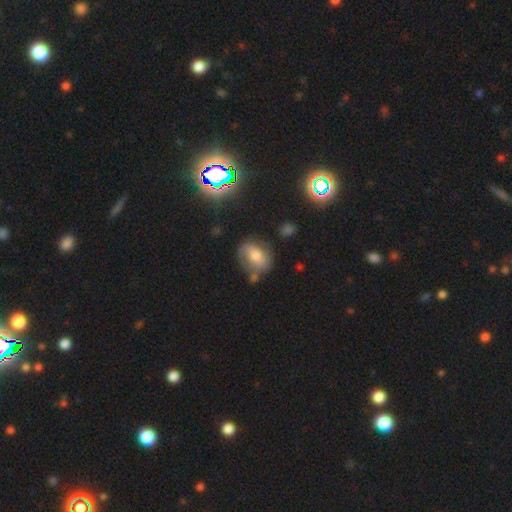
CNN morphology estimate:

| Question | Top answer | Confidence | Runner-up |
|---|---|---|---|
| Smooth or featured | smooth | 56% | featured or disk (30%) |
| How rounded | in between | 64% | round (34%) |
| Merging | none | 58% | minor disturbance (25%) |